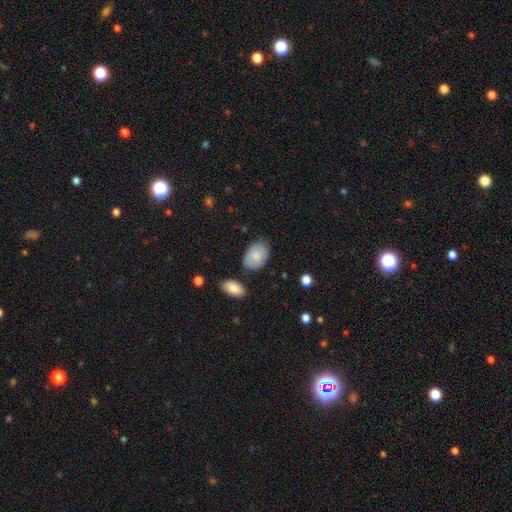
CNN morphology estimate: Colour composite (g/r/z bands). It shows a smooth galaxy with no disk features (82%) that is in between round and cigar-shaped (87%). Merging: none (70%).